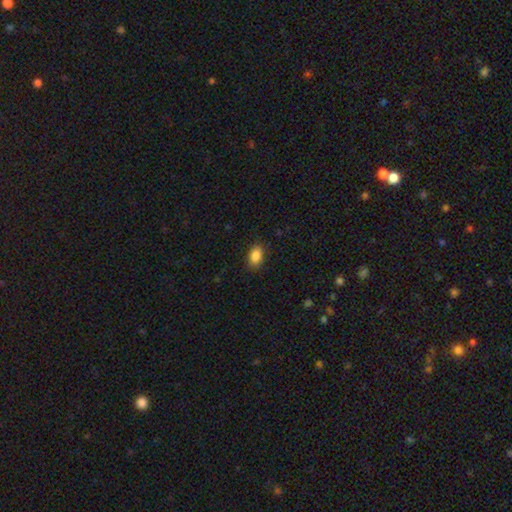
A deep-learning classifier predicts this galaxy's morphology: smooth_or_featured: smooth (p=0.87) [alt: star or artifact p=0.08]
how_rounded: in between (p=0.88) [alt: round p=0.10]
merging: none (p=0.86) [alt: minor disturbance p=0.10]